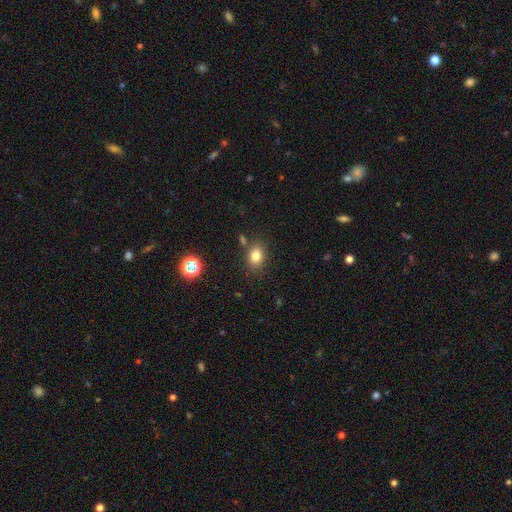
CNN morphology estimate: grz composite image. It shows a smooth galaxy with no disk features (80%) that is in between round and cigar-shaped (68%). Merging: none (77%).